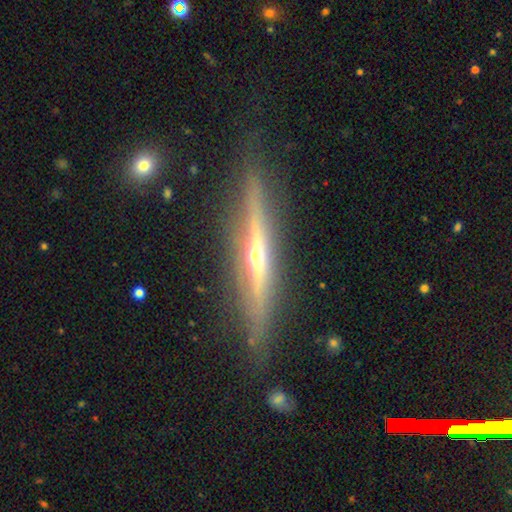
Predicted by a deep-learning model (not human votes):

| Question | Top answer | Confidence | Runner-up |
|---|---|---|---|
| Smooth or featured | featured or disk | 83% | smooth (11%) |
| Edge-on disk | yes | 97% | no (3%) |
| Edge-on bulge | rounded | 80% | none (16%) |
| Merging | none | 85% | minor disturbance (11%) |